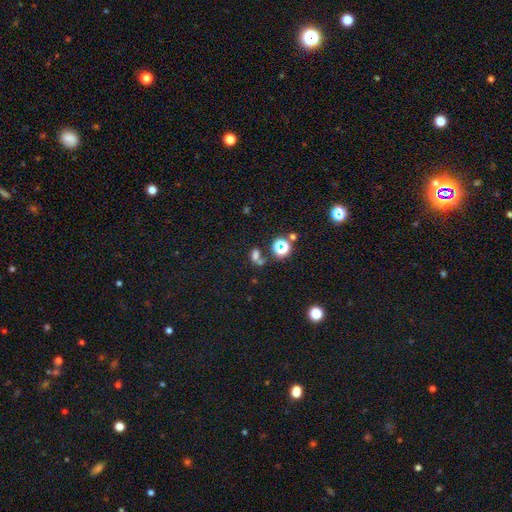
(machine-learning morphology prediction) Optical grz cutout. It shows a smooth galaxy with no disk features (54%) that is in between round and cigar-shaped (56%). Merging: none (40%).